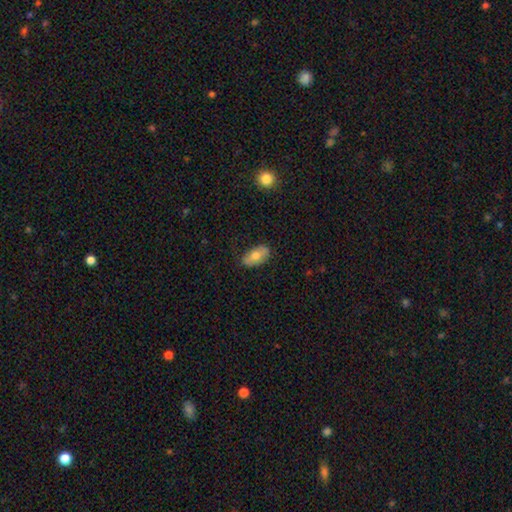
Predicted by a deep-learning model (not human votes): smooth-or-featured: smooth: 67% | featured or disk: 27% | star or artifact: 7%
  how-rounded: in between: 92% | round: 5% | cigar-shaped: 3%
  merging: none: 77% | minor disturbance: 19% | major disturbance: 3% | merger: 1%